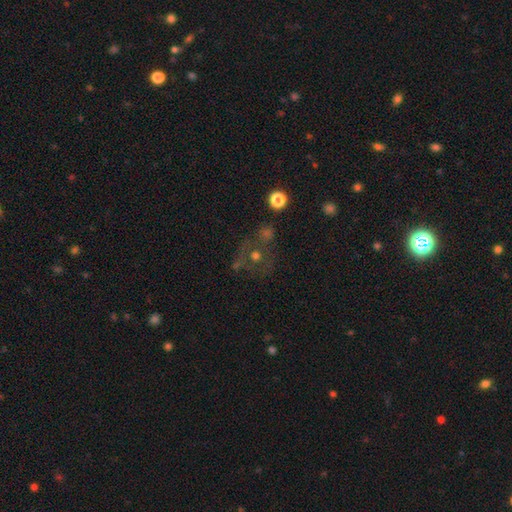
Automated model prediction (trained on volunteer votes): Overall: smooth (37%; featured or disk 32%). Merging: none (53%; merger 21%).